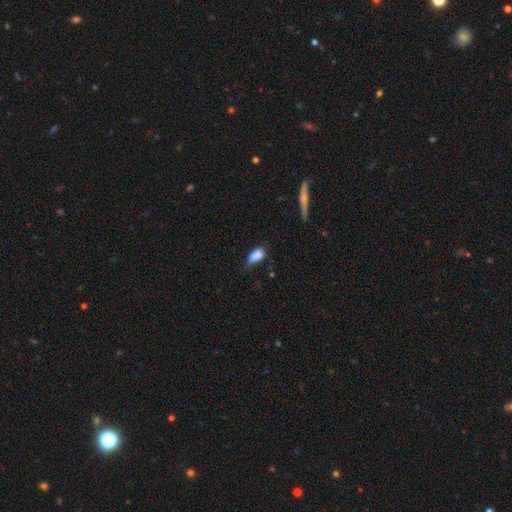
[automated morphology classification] Smooth or featured: smooth — 76% (featured or disk — 14%)
How rounded: in between — 83% (cigar-shaped — 9%)
Merging: none — 36% (minor disturbance — 29%)